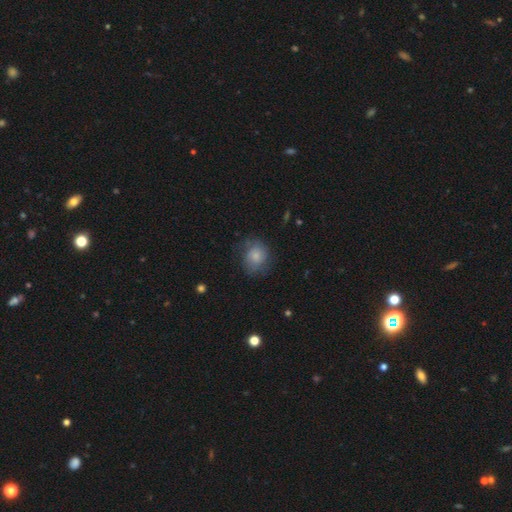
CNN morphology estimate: A smooth galaxy with no disk features (75%) that is round (64%). Merging: none (61%).